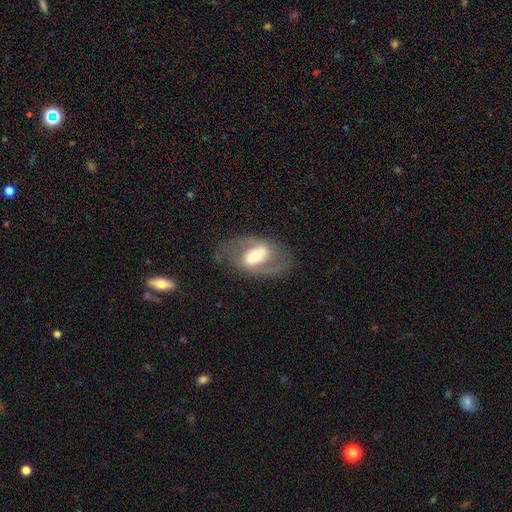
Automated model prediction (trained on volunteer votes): smooth_or_featured: featured or disk (p=0.74) [alt: smooth p=0.19]
disk_edge_on: no (p=0.94) [alt: yes p=0.06]
bar: strong (p=0.41) [alt: weak p=0.37]
has_spiral_arms: yes (p=0.79) [alt: no p=0.21]
spiral_winding: medium (p=0.52) [alt: loose p=0.30]
spiral_arm_count: 2 (p=0.87) [alt: can't tell p=0.07]
bulge_size: moderate (p=0.58) [alt: small p=0.21]
merging: none (p=0.73) [alt: minor disturbance p=0.15]